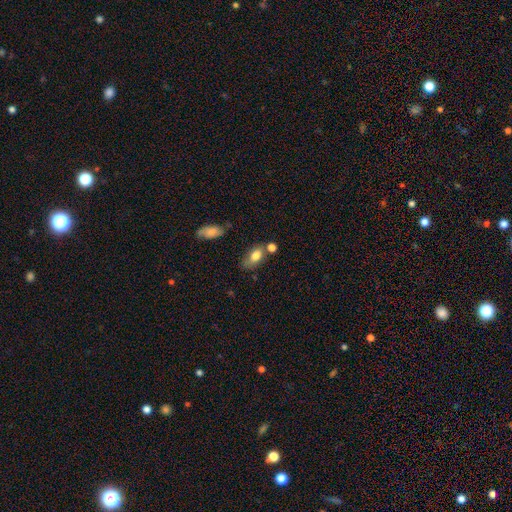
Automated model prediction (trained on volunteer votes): Smooth or featured? smooth (78%)
How rounded? in between (88%)
Merging? none (54%)